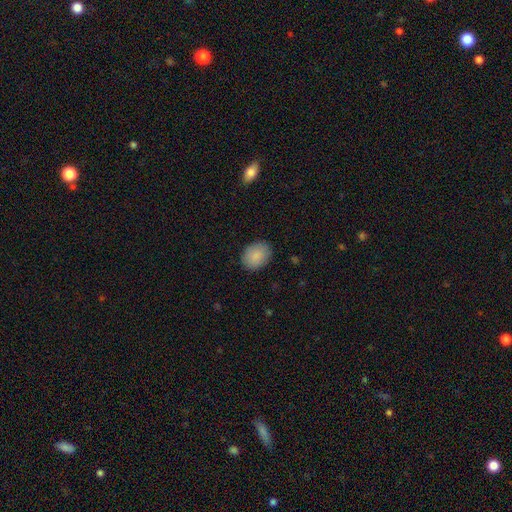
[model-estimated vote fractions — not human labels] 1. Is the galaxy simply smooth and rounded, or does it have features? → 89% smooth, 7% star or artifact, 5% featured or disk.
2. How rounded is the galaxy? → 62% in between, 37% round, 1% cigar-shaped.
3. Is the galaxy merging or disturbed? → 87% none, 10% minor disturbance, 2% major disturbance, 1% merger.